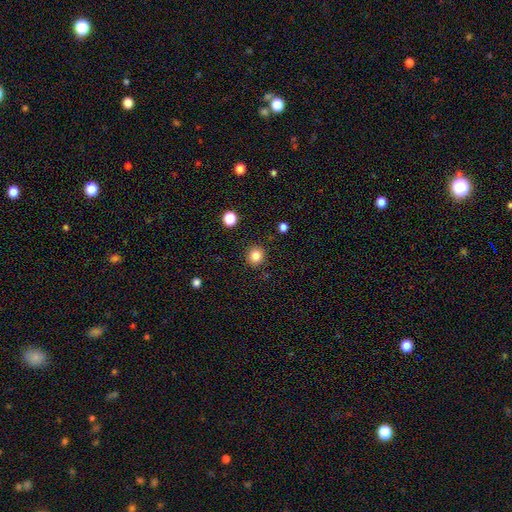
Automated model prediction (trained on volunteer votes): Morphology: type=smooth (84%); roundness=round (89%); merging=none (90%).